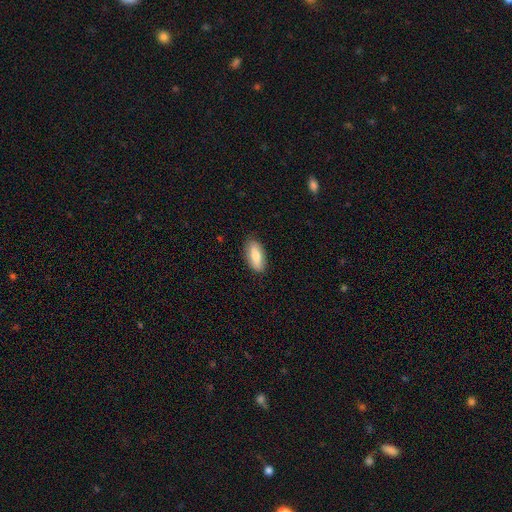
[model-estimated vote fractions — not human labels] Smooth or featured? smooth (77%)
How rounded? in between (85%)
Merging? none (85%)